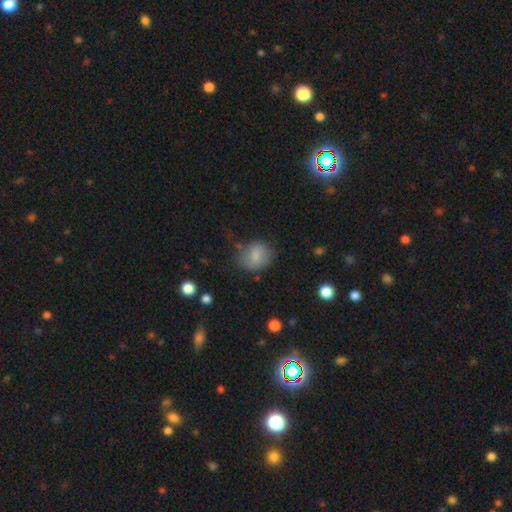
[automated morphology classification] smooth 78%, featured or disk 14%, star or artifact 9%. Down the decision tree: how rounded — round (64%); merging — none (65%).